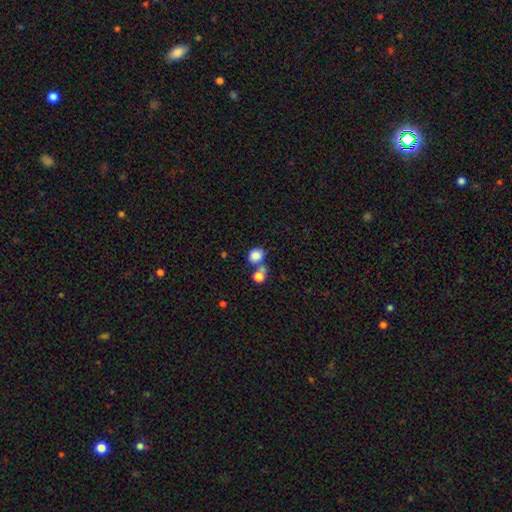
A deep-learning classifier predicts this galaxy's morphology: A smooth galaxy with no disk features (83%) that is round (67%).

Vote fractions:
- Smooth or featured? smooth: 83% / star or artifact: 11% / featured or disk: 7%
- How rounded? round: 67% / in between: 32% / cigar-shaped: 1%
- Merging? none: 50% / merger: 35% / minor disturbance: 10% / major disturbance: 5%